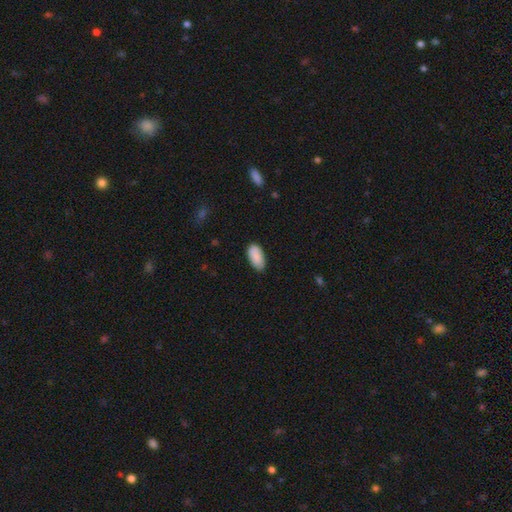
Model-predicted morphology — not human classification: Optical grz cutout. It shows a smooth galaxy with no disk features (89%) that is in between round and cigar-shaped (94%). Merging: none (80%).